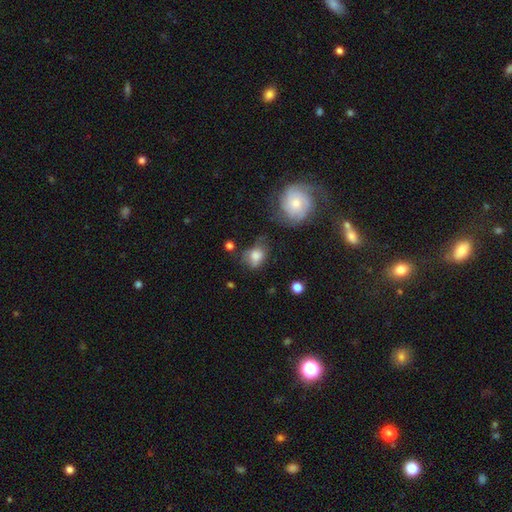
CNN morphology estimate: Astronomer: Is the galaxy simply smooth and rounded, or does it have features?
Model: smooth — 70%.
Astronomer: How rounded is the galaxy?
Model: in between — 59% (runner-up: round, 39%).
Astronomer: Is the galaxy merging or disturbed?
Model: none — 41% (runner-up: minor disturbance, 30%).